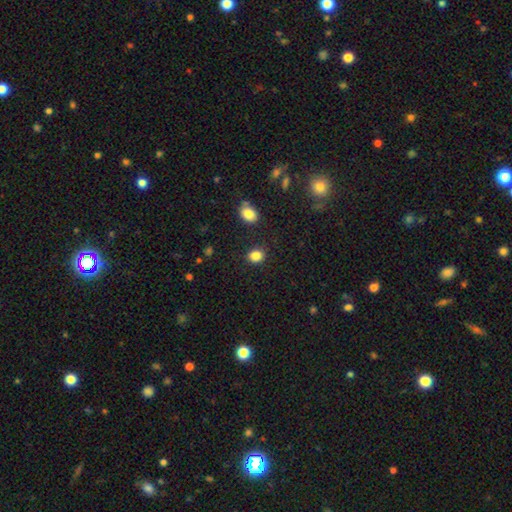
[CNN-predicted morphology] smooth_or_featured: smooth (p=0.86) [alt: star or artifact p=0.10]
how_rounded: round (p=0.56) [alt: in between p=0.43]
merging: none (p=0.87) [alt: minor disturbance p=0.08]